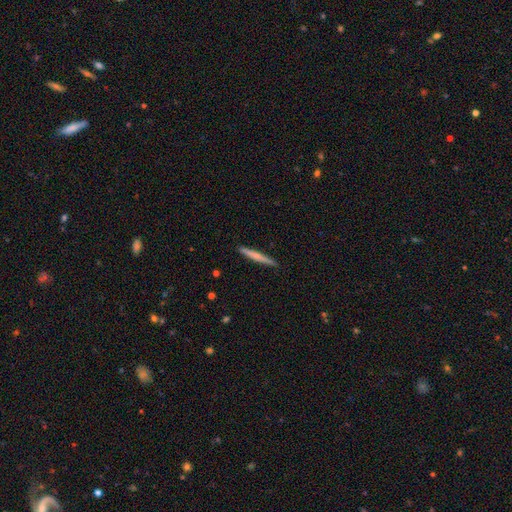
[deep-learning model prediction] Smooth or featured? smooth (59%)
How rounded? cigar-shaped (96%)
Merging? none (91%)